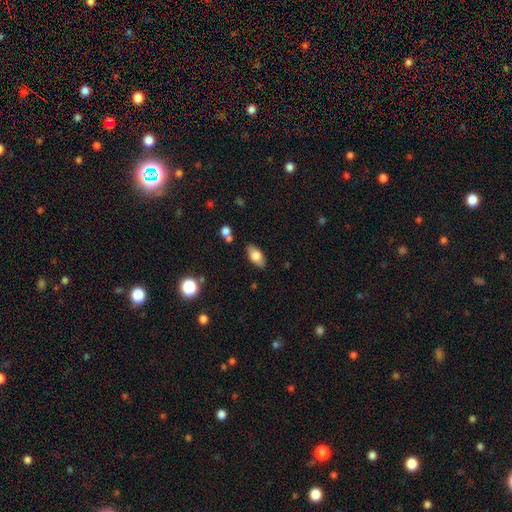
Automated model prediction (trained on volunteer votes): The model was most divided on "smooth or featured": smooth: 73%, featured or disk: 19%, star or artifact: 7%. More confident: how rounded — in between (88%); merging — none (82%).